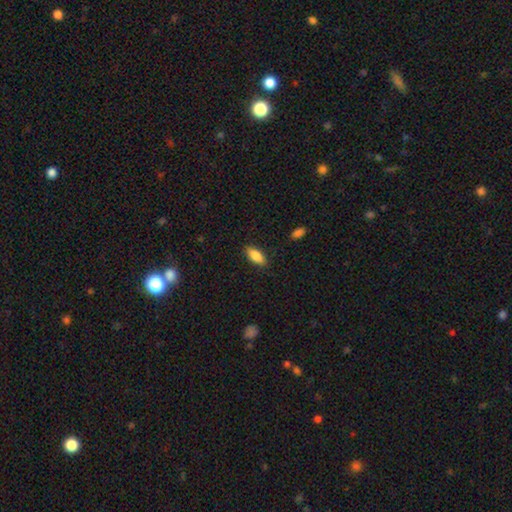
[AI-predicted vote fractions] Morphology: type=smooth (85%); roundness=in between (81%); merging=none (86%).